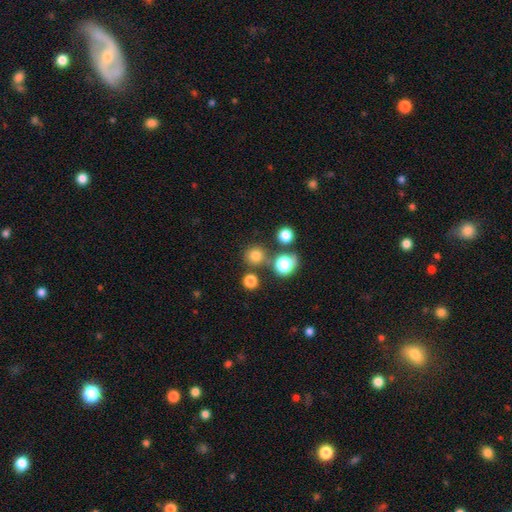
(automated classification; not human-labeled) Smooth or featured?
  - smooth: 75% *
  - star or artifact: 18%
  - featured or disk: 7%
How rounded?
  - round: 92% *
  - in between: 7%
  - cigar-shaped: 1%
Merging?
  - none: 76% *
  - merger: 13%
  - minor disturbance: 8%
  - major disturbance: 3%